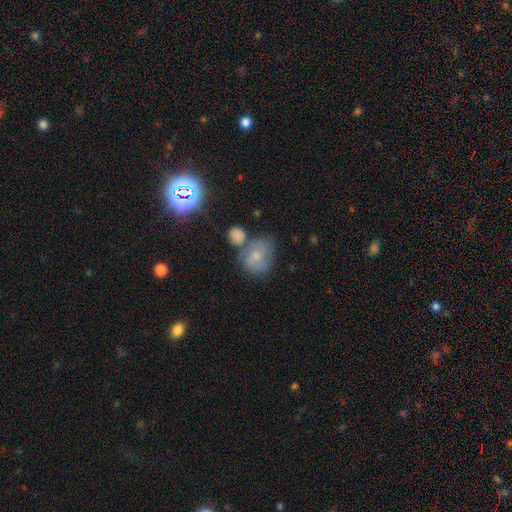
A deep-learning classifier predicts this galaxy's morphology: The model was most divided on "merging": none: 41%, merger: 29%, minor disturbance: 19%, major disturbance: 10%. Remaining: smooth or featured — smooth (48%).